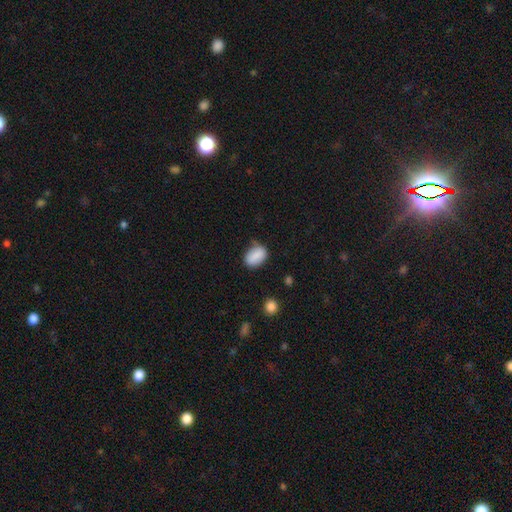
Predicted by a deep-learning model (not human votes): smooth 87%, star or artifact 8%, featured or disk 6%. Down the decision tree: how rounded — in between (83%); merging — none (66%).